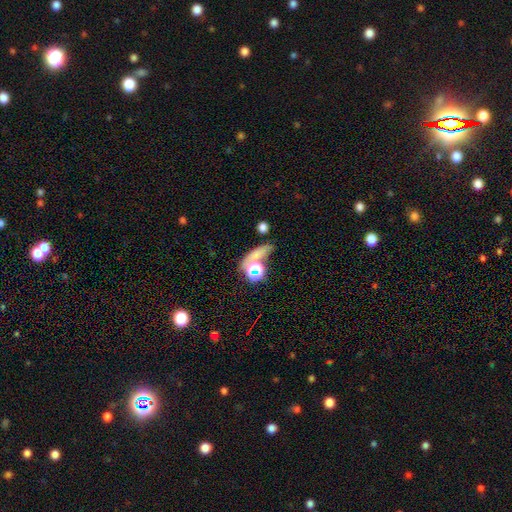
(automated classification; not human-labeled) This is possibly a smooth galaxy (57%). How rounded: marginally in between (37%). Merging: possibly none (51%).